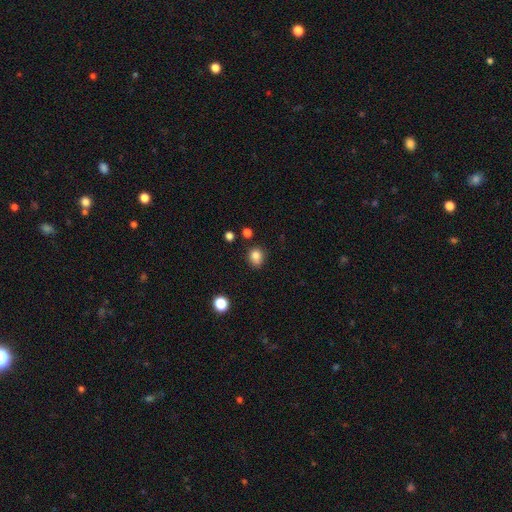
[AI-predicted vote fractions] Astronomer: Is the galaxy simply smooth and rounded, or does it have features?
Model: smooth — 83%.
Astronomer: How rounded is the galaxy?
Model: round — 69%.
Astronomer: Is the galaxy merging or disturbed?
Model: none — 72%.